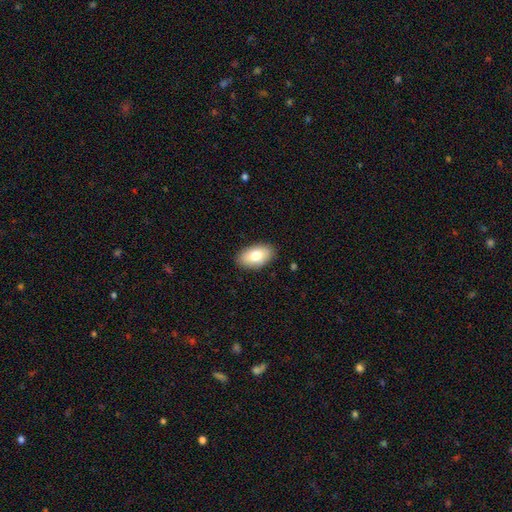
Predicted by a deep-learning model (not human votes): Smooth or featured?
  - smooth: 77% *
  - featured or disk: 16%
  - star or artifact: 7%
How rounded?
  - in between: 94% *
  - round: 4%
  - cigar-shaped: 2%
Merging?
  - none: 87% *
  - minor disturbance: 10%
  - major disturbance: 2%
  - merger: 1%